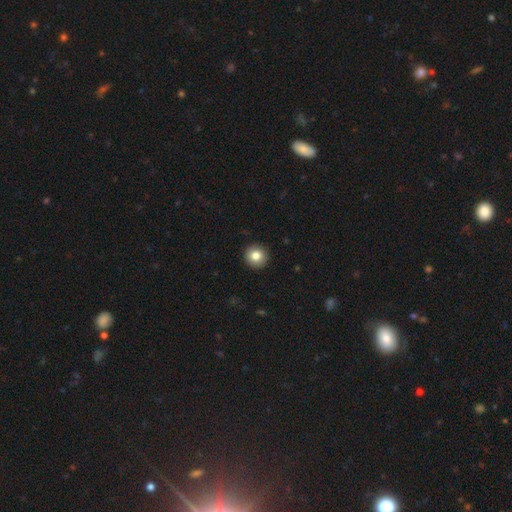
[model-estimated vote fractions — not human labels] Q: Smooth or featured?
A: smooth (83%); runner-up: star or artifact (9%)
Q: How rounded?
A: round (95%); runner-up: in between (4%)
Q: Merging?
A: none (93%); runner-up: minor disturbance (5%)